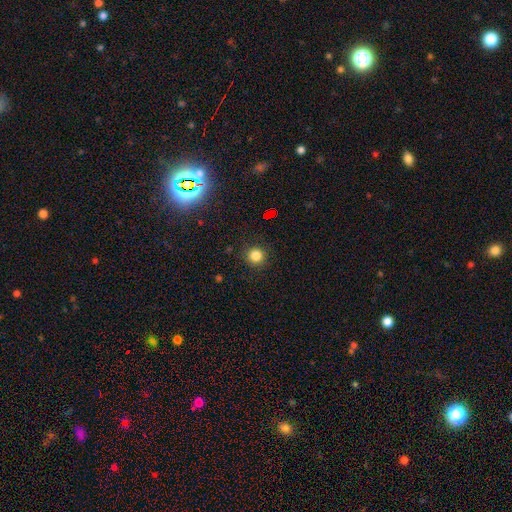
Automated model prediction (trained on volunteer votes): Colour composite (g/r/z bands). It shows a smooth galaxy with no disk features (81%) that is round (94%). Merging: none (90%).